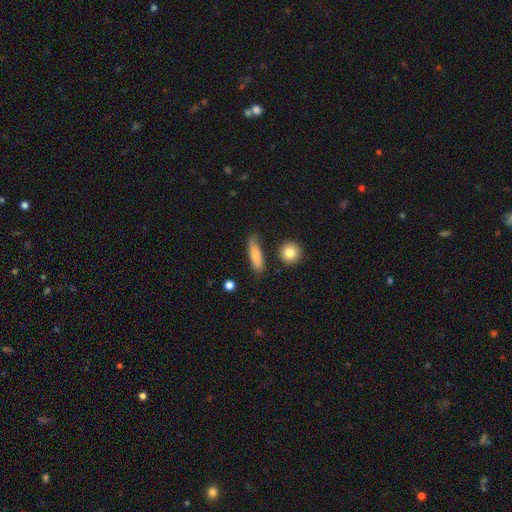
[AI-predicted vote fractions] smooth 79%, featured or disk 14%, star or artifact 7%. Down the decision tree: how rounded — cigar-shaped (59%); merging — none (71%).